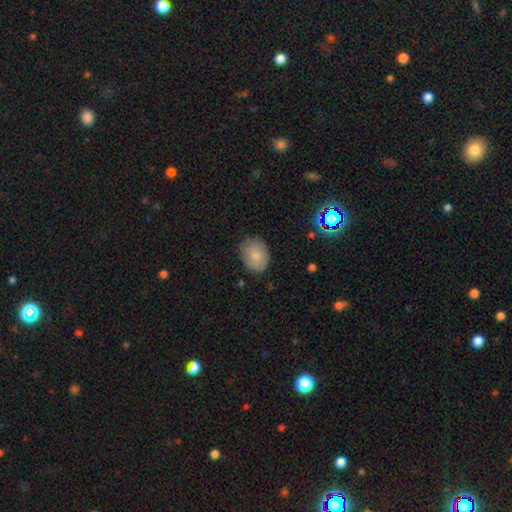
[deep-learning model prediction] Q: Smooth or featured?
A: smooth (82%); runner-up: featured or disk (10%)
Q: How rounded?
A: in between (64%); runner-up: round (35%)
Q: Merging?
A: none (80%); runner-up: minor disturbance (16%)